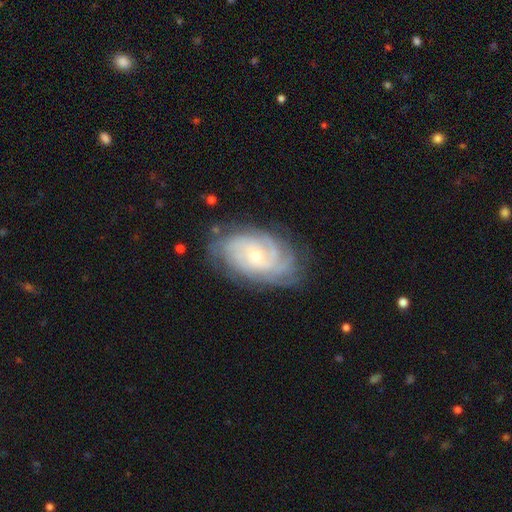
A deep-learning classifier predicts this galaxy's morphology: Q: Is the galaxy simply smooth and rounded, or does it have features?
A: featured or disk — 84%.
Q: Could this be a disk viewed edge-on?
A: no — 96%.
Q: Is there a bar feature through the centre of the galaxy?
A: no — 73%.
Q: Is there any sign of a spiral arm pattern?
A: yes — 96%.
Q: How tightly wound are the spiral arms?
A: tight — 71%.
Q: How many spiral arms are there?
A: can't tell — 33%.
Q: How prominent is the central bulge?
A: small — 70%.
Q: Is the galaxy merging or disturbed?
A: none — 76%.